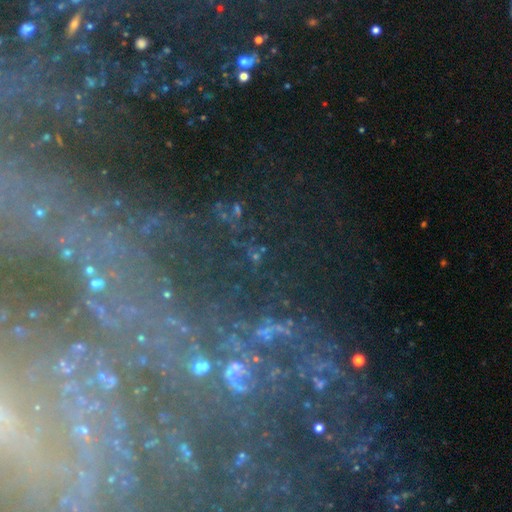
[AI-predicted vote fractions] Morphology: type=featured or disk (45%); merging=none (69%).